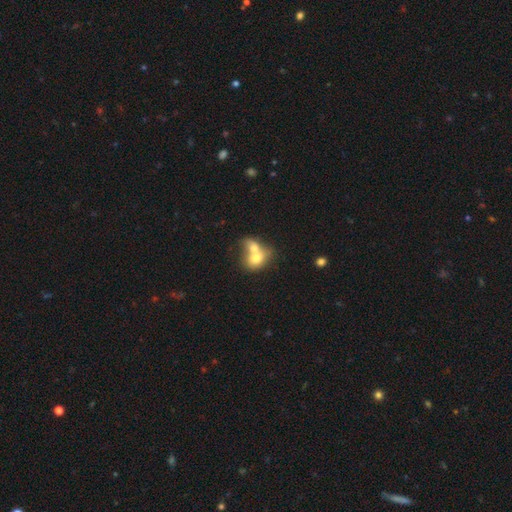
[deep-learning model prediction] A smooth galaxy with no disk features (69%) that is in between round and cigar-shaped (57%).

Vote fractions:
- Smooth or featured? smooth: 69% / featured or disk: 23% / star or artifact: 8%
- How rounded? in between: 57% / round: 42% / cigar-shaped: 1%
- Merging? merger: 77% / none: 14% / minor disturbance: 6% / major disturbance: 4%